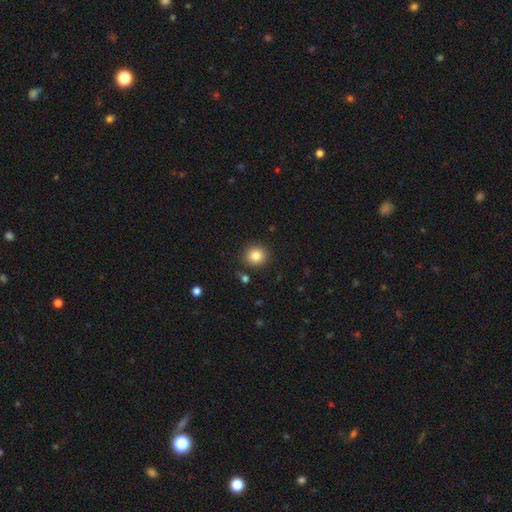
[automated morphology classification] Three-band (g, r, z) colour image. It shows a smooth galaxy with no disk features (84%) that is round (87%). Merging: none (87%).